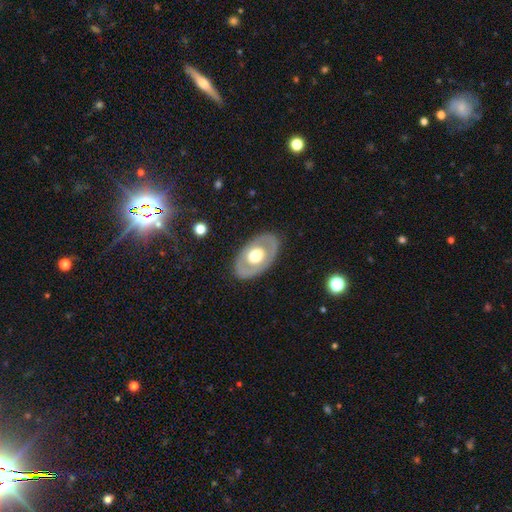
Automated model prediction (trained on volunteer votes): Overall: featured or disk (52%; smooth 43%). Edge-on disk: no (88%). Merging: none (84%).